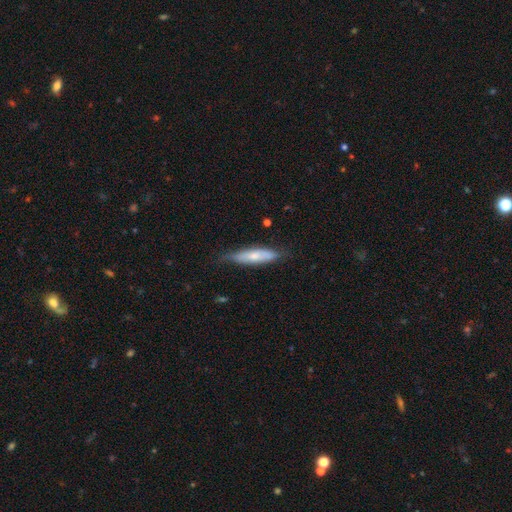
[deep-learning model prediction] Smooth or featured? Predicted: smooth (p=0.62). How rounded? Predicted: cigar-shaped (p=0.72). Merging? Predicted: none (p=0.66).